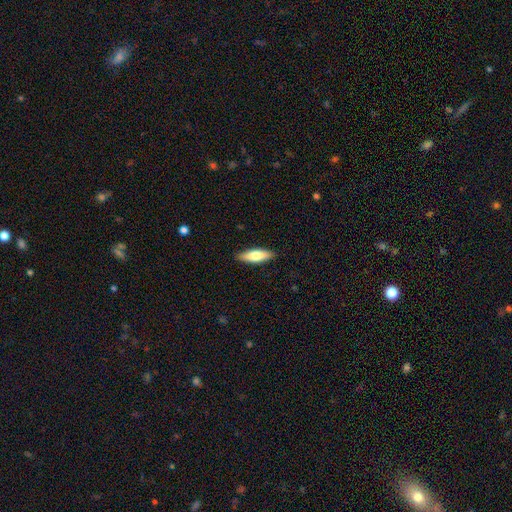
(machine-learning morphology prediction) Smooth or featured? smooth (72%)
How rounded? in between (50%)
Merging? none (89%)